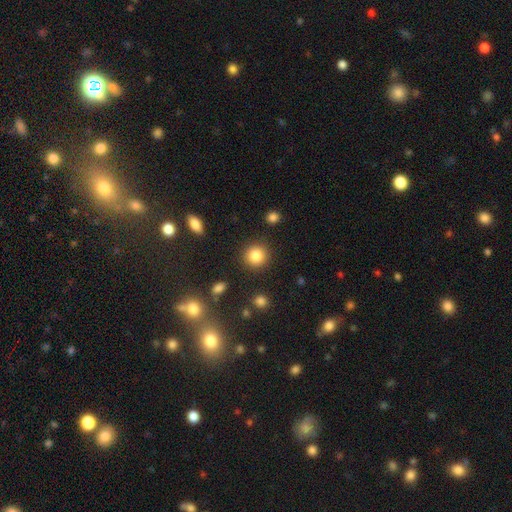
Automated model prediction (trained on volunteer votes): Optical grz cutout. It shows a smooth galaxy with no disk features (85%) that is round (91%). Merging: none (89%).